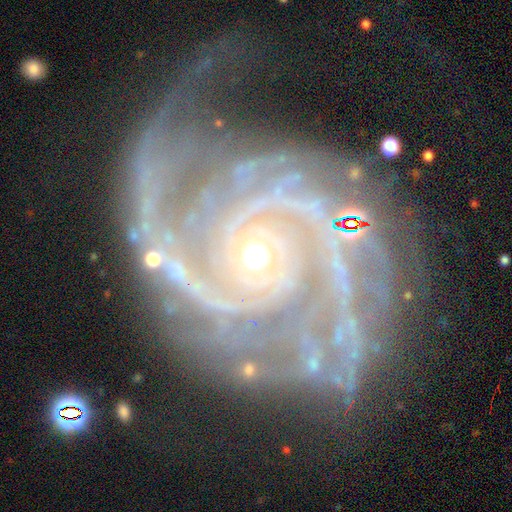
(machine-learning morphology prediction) A featured or disk galaxy (93%) with no bar (72%), 2 (38%) tight (64%) spiral arms (99%) and a small central bulge (81%). Merging: none (57%).